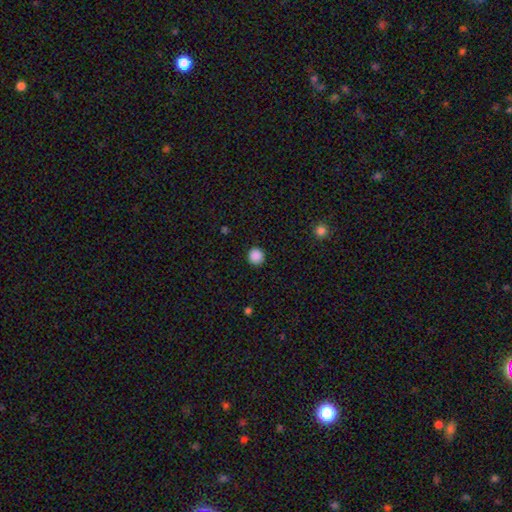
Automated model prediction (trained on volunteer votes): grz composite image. It shows a smooth galaxy with no disk features (88%) that is round (95%). Merging: none (92%).